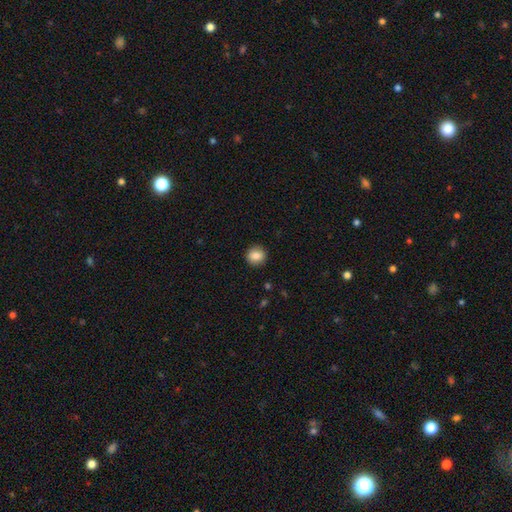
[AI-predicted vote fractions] smooth_or_featured: smooth (p=0.85) [alt: star or artifact p=0.09]
how_rounded: round (p=0.90) [alt: in between p=0.09]
merging: none (p=0.91) [alt: minor disturbance p=0.06]